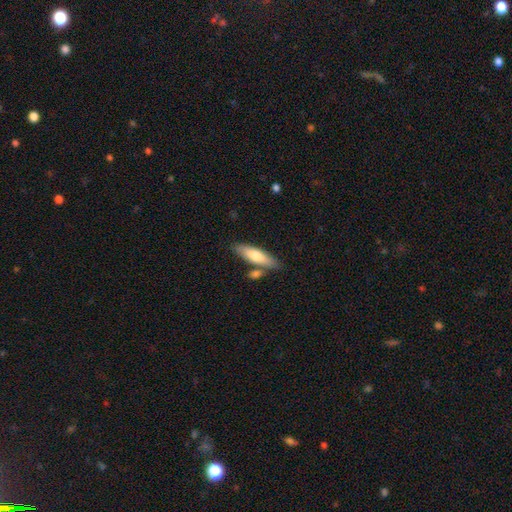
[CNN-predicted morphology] A smooth galaxy with no disk features (69%) that is cigar-shaped (55%). Merging: none (69%).